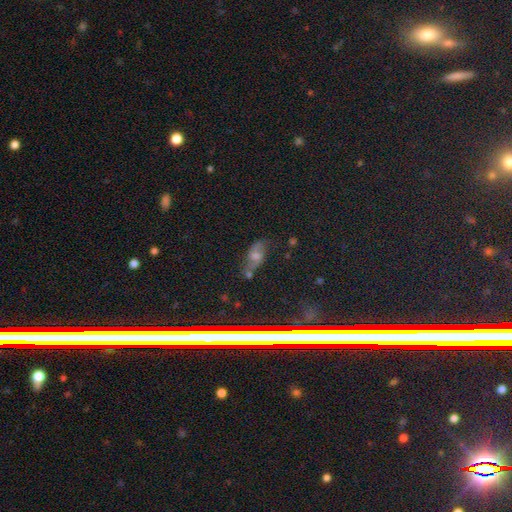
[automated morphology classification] Overall: smooth (40%; featured or disk 37%). Merging: none (59%; minor disturbance 22%).